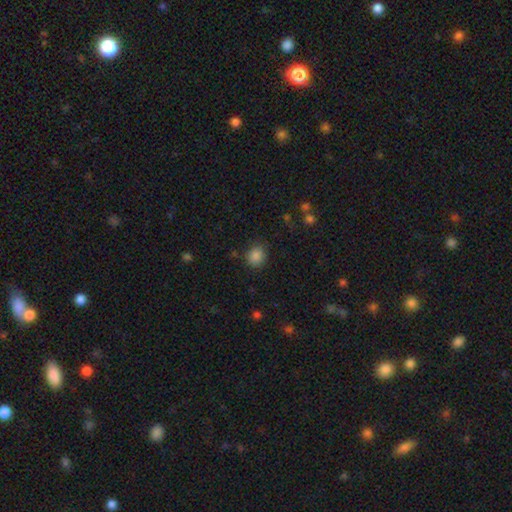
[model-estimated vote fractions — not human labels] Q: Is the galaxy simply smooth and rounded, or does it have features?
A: smooth — 86%.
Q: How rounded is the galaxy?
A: round — 78%.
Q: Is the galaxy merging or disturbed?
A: none — 85%.